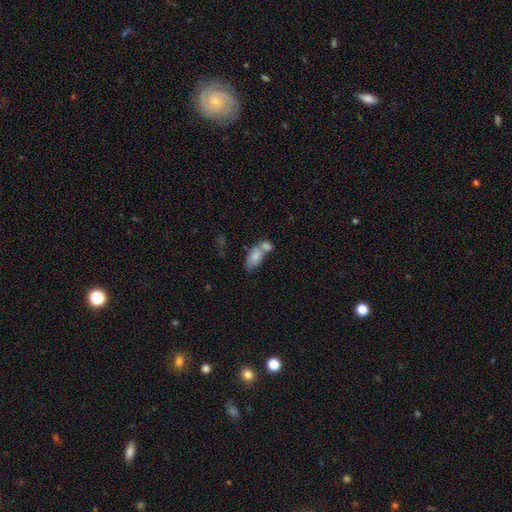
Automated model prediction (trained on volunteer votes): This appears to be a smooth galaxy with no disk features (73%) that is in between round and cigar-shaped (89%). Merging: merger (62%).